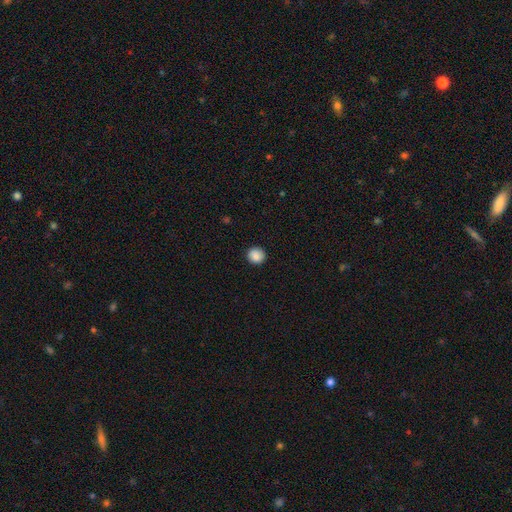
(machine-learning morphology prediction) The model was most divided on "smooth or featured": smooth: 88%, star or artifact: 9%, featured or disk: 3%. More confident: merging — none (93%); how rounded — round (92%).